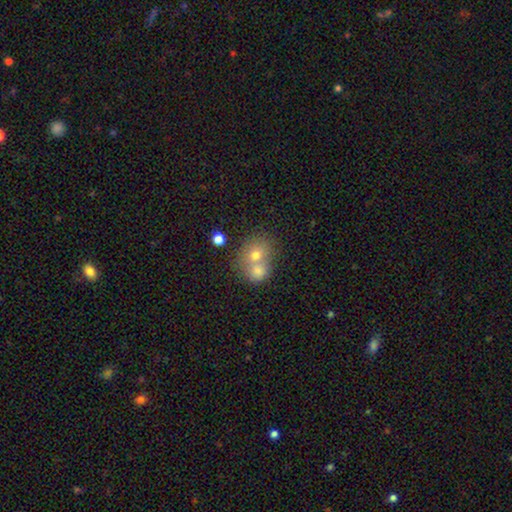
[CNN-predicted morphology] Overall: smooth (69%). How rounded: round (70%). Merging: merger (63%; none 28%).